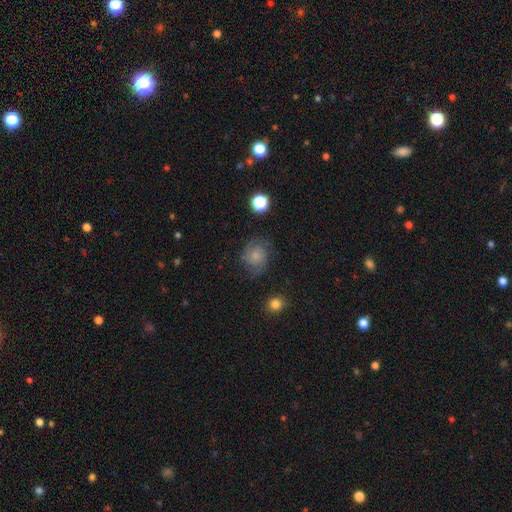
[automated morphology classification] Smooth or featured?
  - featured or disk: 55% *
  - smooth: 34%
  - star or artifact: 12%
Edge-on disk?
  - no: 98% *
  - yes: 2%
Bar?
  - no: 73% *
  - weak: 24%
  - strong: 3%
Spiral arms?
  - yes: 92% *
  - no: 8%
Bulge size?
  - small: 39% *
  - moderate: 28%
  - none: 24%
  - large: 7%
  - dominant: 2%
Merging?
  - none: 71% *
  - minor disturbance: 19%
  - major disturbance: 9%
  - merger: 2%